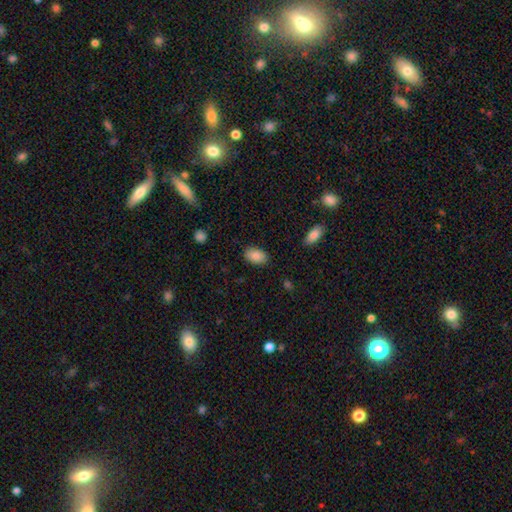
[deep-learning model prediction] Q: Smooth or featured?
A: smooth (89%); runner-up: star or artifact (7%)
Q: How rounded?
A: in between (91%); runner-up: round (8%)
Q: Merging?
A: none (86%); runner-up: minor disturbance (10%)